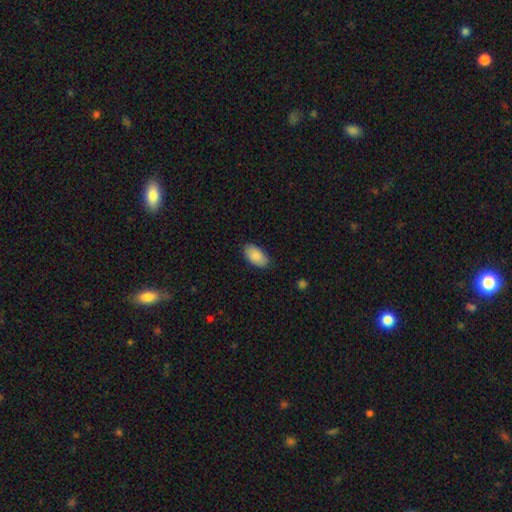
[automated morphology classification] Smooth or featured?
  - smooth: 89% *
  - star or artifact: 6%
  - featured or disk: 5%
How rounded?
  - in between: 95% *
  - round: 3%
  - cigar-shaped: 2%
Merging?
  - none: 83% *
  - minor disturbance: 14%
  - major disturbance: 3%
  - merger: 1%